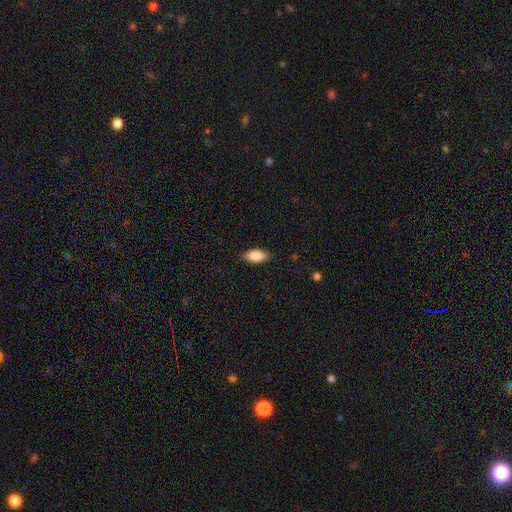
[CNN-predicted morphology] smooth_or_featured: smooth (p=0.86) [alt: featured or disk p=0.08]
how_rounded: in between (p=0.86) [alt: cigar-shaped p=0.12]
merging: none (p=0.85) [alt: minor disturbance p=0.12]